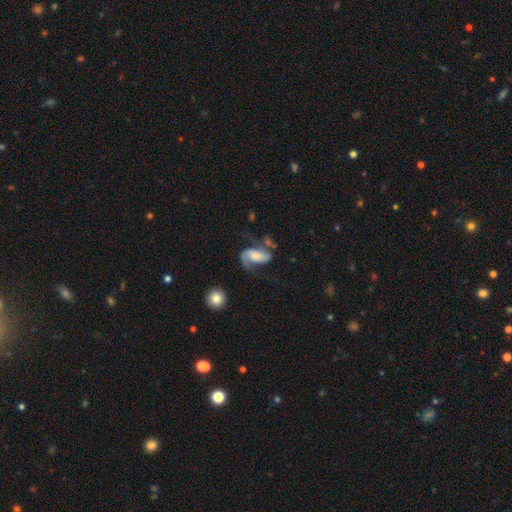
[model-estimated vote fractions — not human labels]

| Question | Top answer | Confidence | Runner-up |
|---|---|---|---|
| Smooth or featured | featured or disk | 74% | smooth (19%) |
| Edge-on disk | no | 97% | yes (3%) |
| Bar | no | 38% | weak (37%) |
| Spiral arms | yes | 93% | no (7%) |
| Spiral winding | loose | 50% | medium (38%) |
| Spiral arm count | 2 | 77% | 1 (17%) |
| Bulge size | moderate | 34% | small (25%) |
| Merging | none | 40% | major disturbance (30%) |